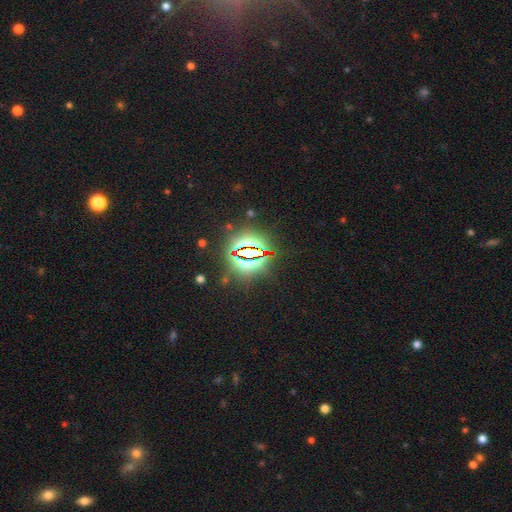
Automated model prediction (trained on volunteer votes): The model was most divided on "smooth or featured": star or artifact: 83%, smooth: 9%, featured or disk: 8%.